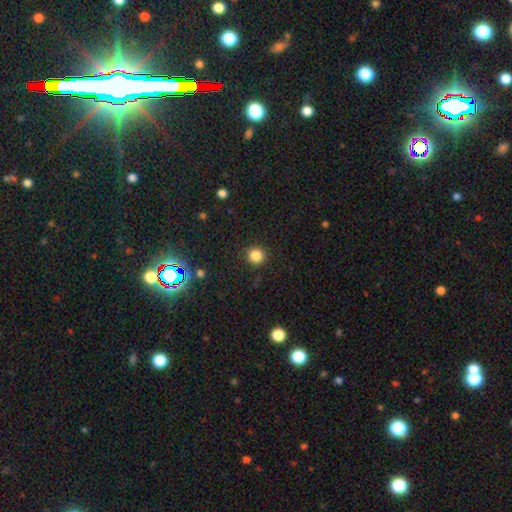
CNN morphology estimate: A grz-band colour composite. It shows a smooth galaxy with no disk features (83%) that is round (92%). Merging: none (90%).